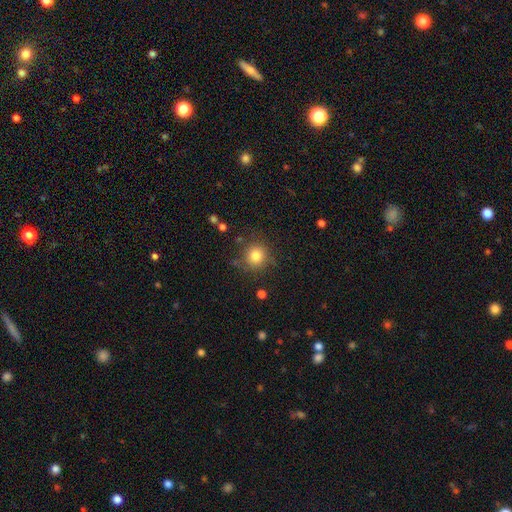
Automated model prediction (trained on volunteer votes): Morphology: type=smooth (81%); roundness=round (91%); merging=none (82%).